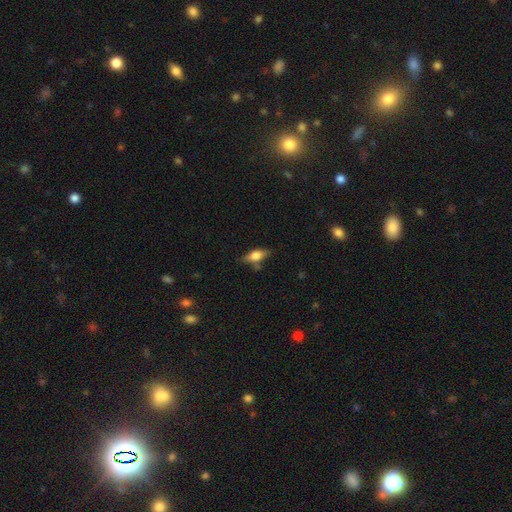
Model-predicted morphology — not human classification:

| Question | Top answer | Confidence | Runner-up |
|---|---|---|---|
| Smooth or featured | smooth | 61% | featured or disk (31%) |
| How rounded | in between | 71% | cigar-shaped (25%) |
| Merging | none | 68% | minor disturbance (21%) |